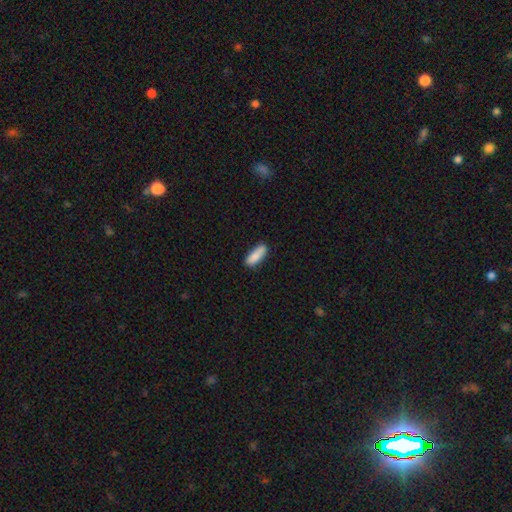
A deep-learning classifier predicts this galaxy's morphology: Smooth or featured? Predicted: smooth (p=0.86). How rounded? Predicted: in between (p=0.61). Merging? Predicted: none (p=0.75).